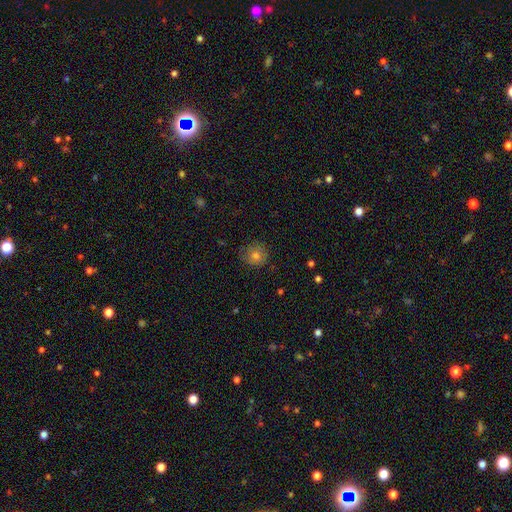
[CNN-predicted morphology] Smooth or featured: smooth — 76% (star or artifact — 13%)
How rounded: round — 89% (in between — 10%)
Merging: none — 79% (minor disturbance — 16%)